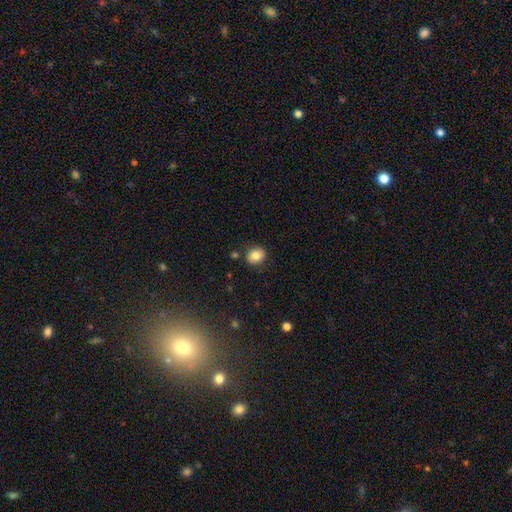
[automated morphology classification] A smooth galaxy with no disk features (83%) that is round (70%). Merging: none (84%).